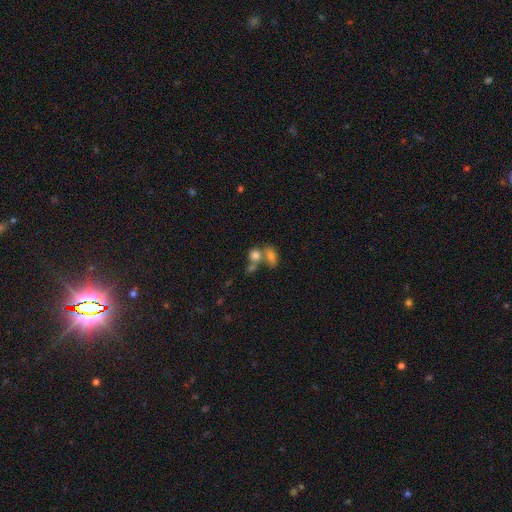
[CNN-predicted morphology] Q: Smooth or featured?
A: smooth (77%); runner-up: featured or disk (12%)
Q: How rounded?
A: in between (49%); runner-up: round (48%)
Q: Merging?
A: merger (53%); runner-up: none (32%)